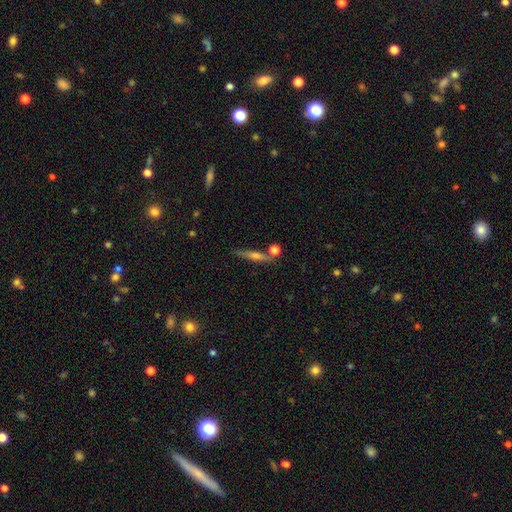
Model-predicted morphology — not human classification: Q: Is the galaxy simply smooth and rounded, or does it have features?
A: featured or disk — 66%.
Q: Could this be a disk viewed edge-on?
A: yes — 96%.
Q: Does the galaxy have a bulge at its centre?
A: rounded — 85%.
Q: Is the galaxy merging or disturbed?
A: none — 81%.